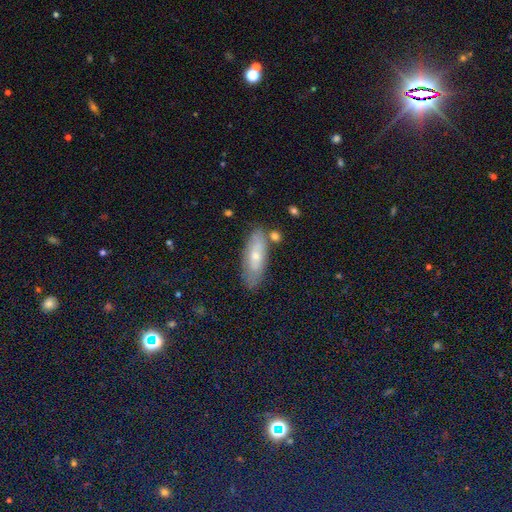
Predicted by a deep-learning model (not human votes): Morphology: type=smooth (57%); roundness=in between (63%); merging=none (78%).